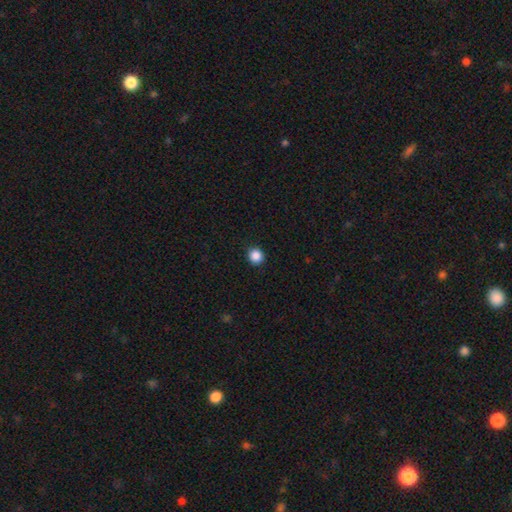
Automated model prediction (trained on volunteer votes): The model was most divided on "smooth or featured": smooth: 87%, star or artifact: 10%, featured or disk: 2%. More confident: merging — none (92%); how rounded — round (92%).